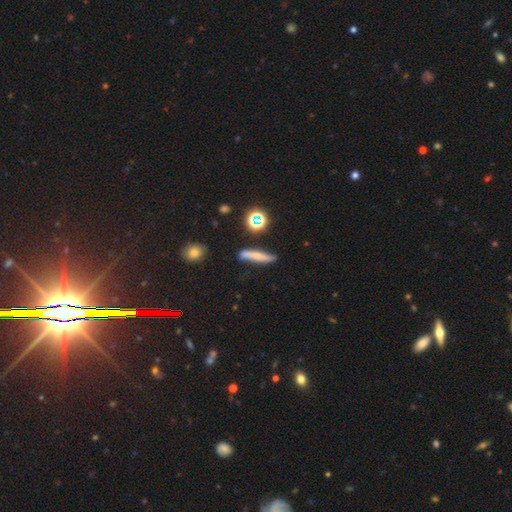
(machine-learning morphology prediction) type=smooth (55%); roundness=cigar-shaped (84%); merging=none (72%).